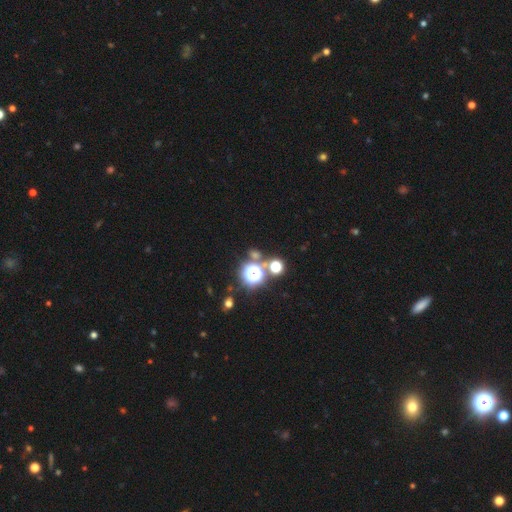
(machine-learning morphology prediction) A star or artifact, not a galaxy (62%).